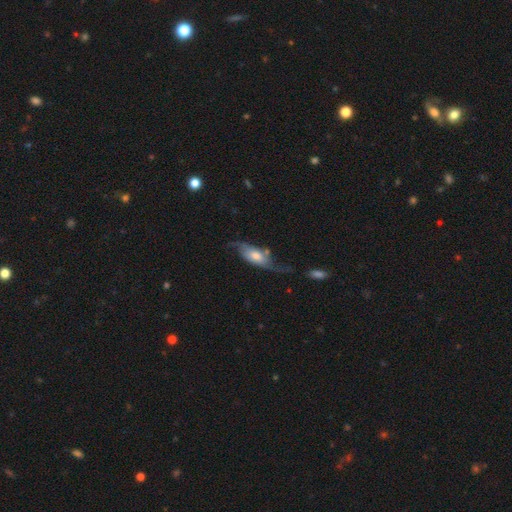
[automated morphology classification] Smooth or featured?
  - featured or disk: 64% *
  - smooth: 30%
  - star or artifact: 7%
Edge-on disk?
  - no: 83% *
  - yes: 17%
Bar?
  - no: 62% *
  - weak: 30%
  - strong: 8%
Spiral arms?
  - yes: 87% *
  - no: 13%
Bulge size?
  - moderate: 50% *
  - large: 23%
  - small: 17%
  - none: 6%
  - dominant: 4%
Merging?
  - none: 43% *
  - major disturbance: 25%
  - minor disturbance: 24%
  - merger: 8%